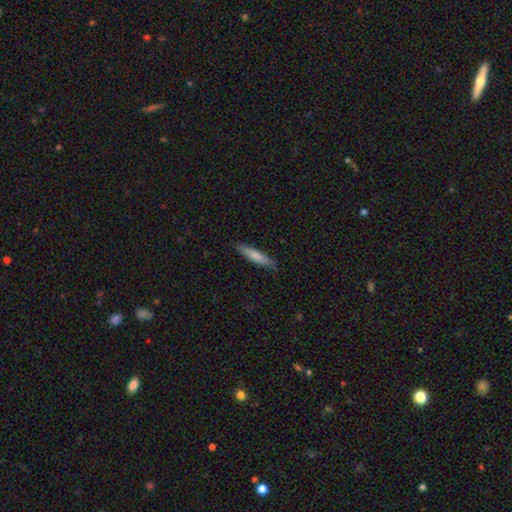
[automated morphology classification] smooth 74%, featured or disk 20%, star or artifact 5%. Down the decision tree: how rounded — cigar-shaped (86%); merging — none (85%).